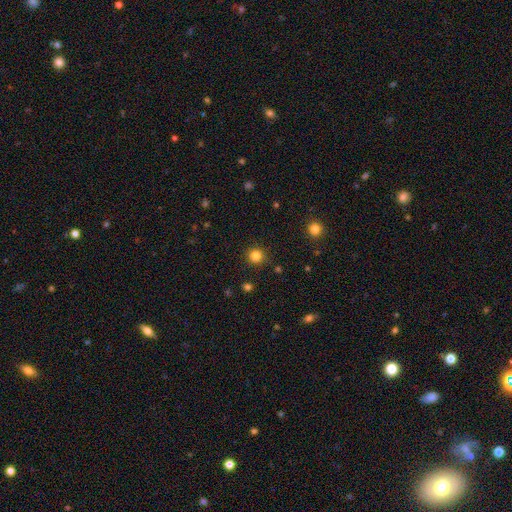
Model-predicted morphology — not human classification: A smooth galaxy with no disk features (83%) that is round (93%).

Vote fractions:
- Smooth or featured? smooth: 83% / star or artifact: 13% / featured or disk: 4%
- How rounded? round: 93% / in between: 6% / cigar-shaped: 1%
- Merging? none: 91% / minor disturbance: 6% / major disturbance: 2% / merger: 1%